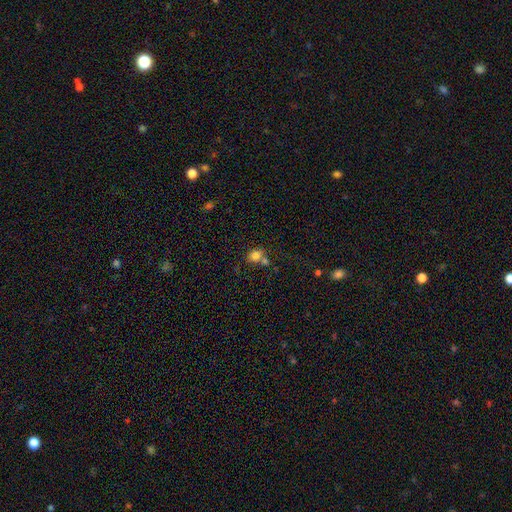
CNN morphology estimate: type=smooth (80%); roundness=round (63%); merging=none (47%).